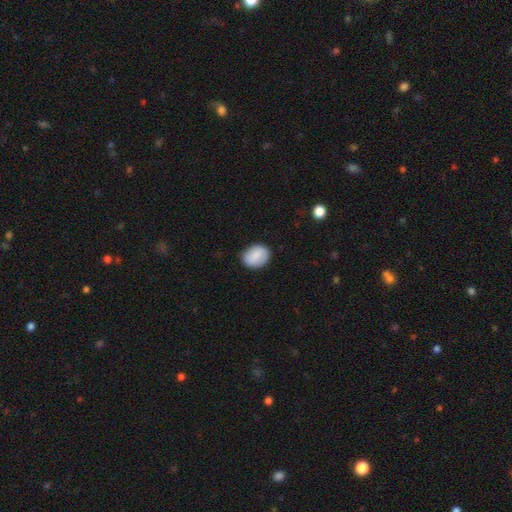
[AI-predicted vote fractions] Morphology: type=smooth (82%); roundness=in between (50%); merging=none (84%).